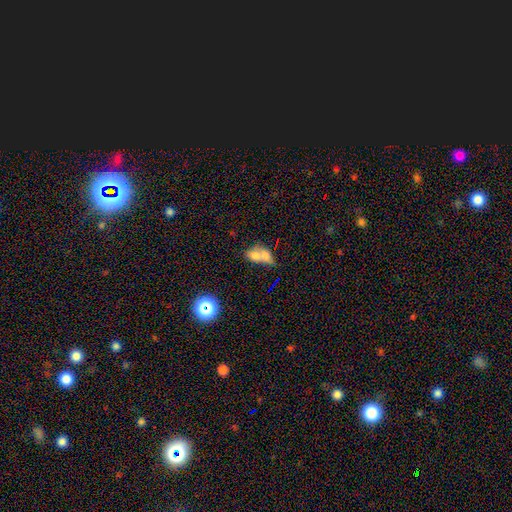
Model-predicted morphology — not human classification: The model was most divided on "how rounded": in between: 67%, round: 29%, cigar-shaped: 4%. More confident: merging — merger (69%); smooth or featured — smooth (64%).